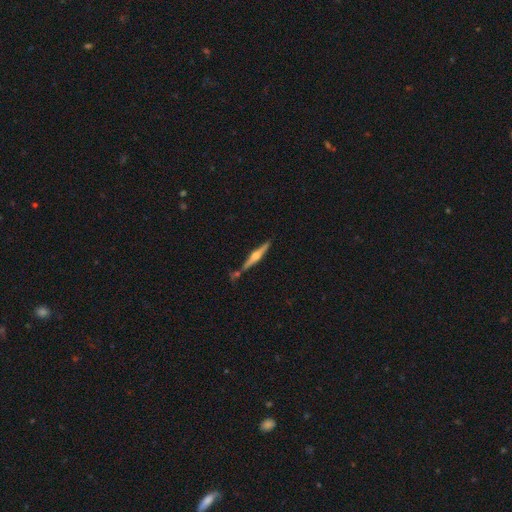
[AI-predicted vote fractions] A featured or disk galaxy (73%) viewed edge-on (98%) with a rounded central bulge (91%).

Vote fractions:
- Smooth or featured? featured or disk: 73% / smooth: 21% / star or artifact: 6%
- Edge-on disk? yes: 98% / no: 2%
- Edge-on bulge? rounded: 91% / boxy: 5% / none: 4%
- Merging? none: 76% / minor disturbance: 12% / merger: 10% / major disturbance: 3%